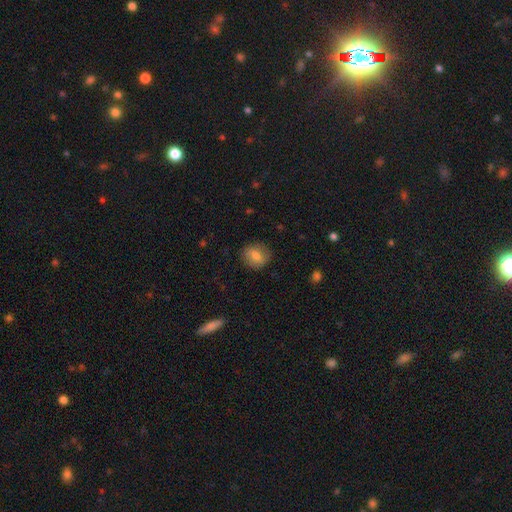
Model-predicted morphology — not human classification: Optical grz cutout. It shows a smooth galaxy with no disk features (78%) that is round (72%). Merging: none (84%).